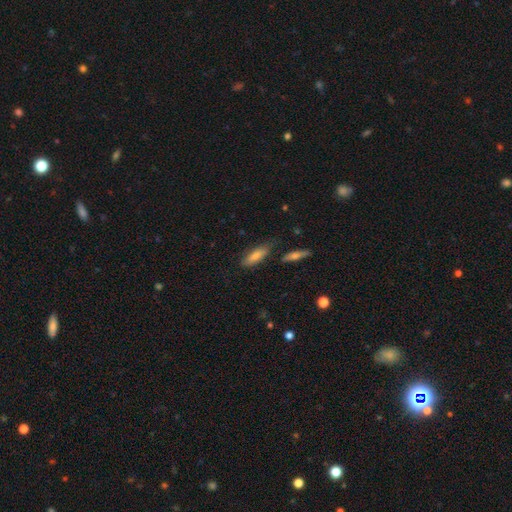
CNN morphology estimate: Smooth or featured? smooth (68%)
How rounded? in between (50%)
Merging? none (70%)